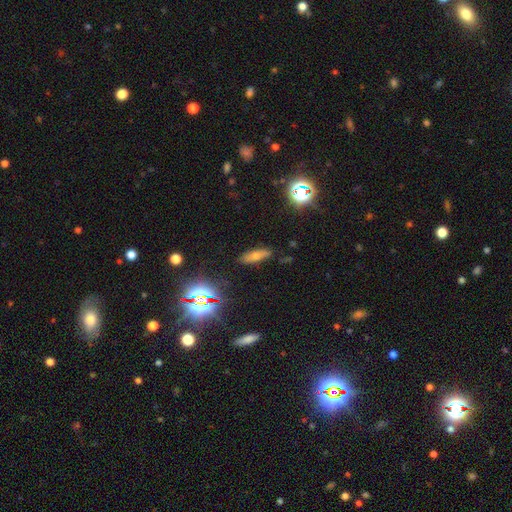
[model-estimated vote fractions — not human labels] smooth 46%, star or artifact 30%, featured or disk 25%. Down the decision tree: merging — none (84%).